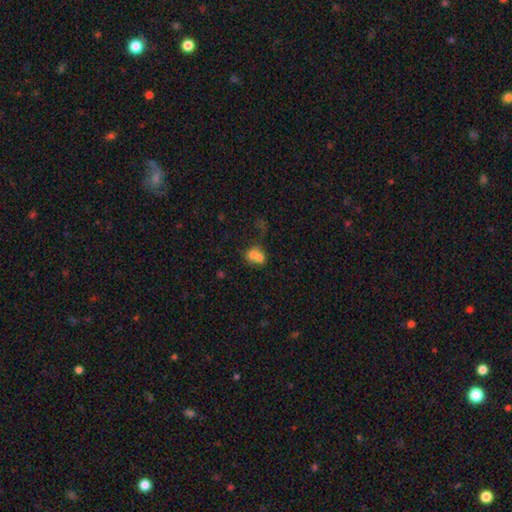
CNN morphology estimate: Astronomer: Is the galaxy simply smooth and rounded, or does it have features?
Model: smooth — 68%.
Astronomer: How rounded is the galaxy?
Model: round — 62%.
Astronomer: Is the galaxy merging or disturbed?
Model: merger — 68%.